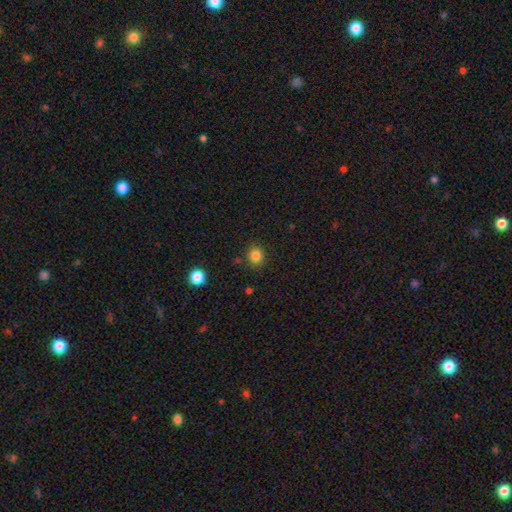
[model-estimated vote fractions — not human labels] smooth 84%, star or artifact 12%, featured or disk 4%. Down the decision tree: how rounded — round (85%); merging — none (85%).